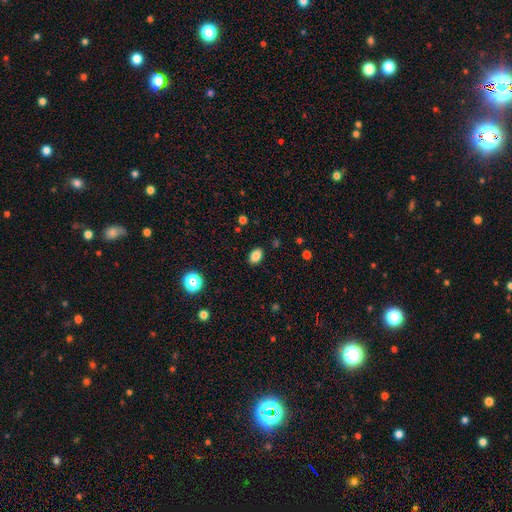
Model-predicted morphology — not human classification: type=smooth (85%); roundness=in between (84%); merging=none (87%).